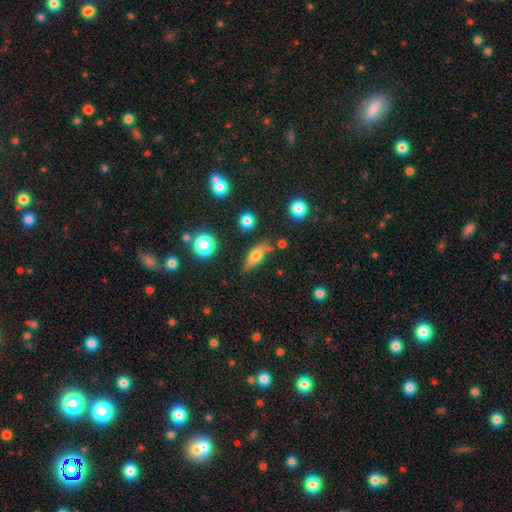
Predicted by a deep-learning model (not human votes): Morphology: type=smooth (66%); roundness=in between (65%); merging=none (73%).